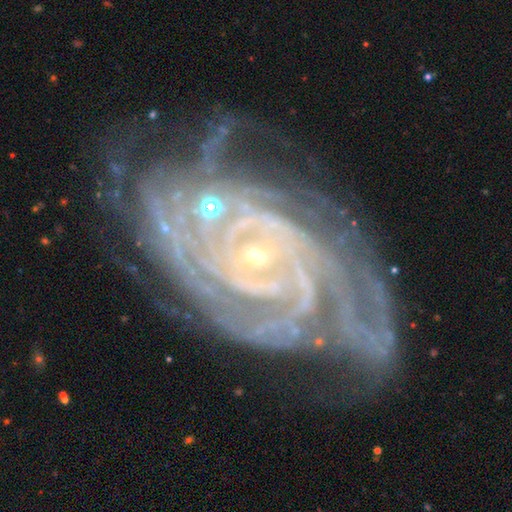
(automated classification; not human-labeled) Overall: featured or disk (91%). Edge-on disk: no (97%). Bar: no (53%; weak 31%). Spiral arms: yes (98%). Spiral arm count: more than 4 (22%; 4 20%). Spiral winding: tight (79%). Bulge size: small (84%). Merging: none (53%; minor disturbance 24%).